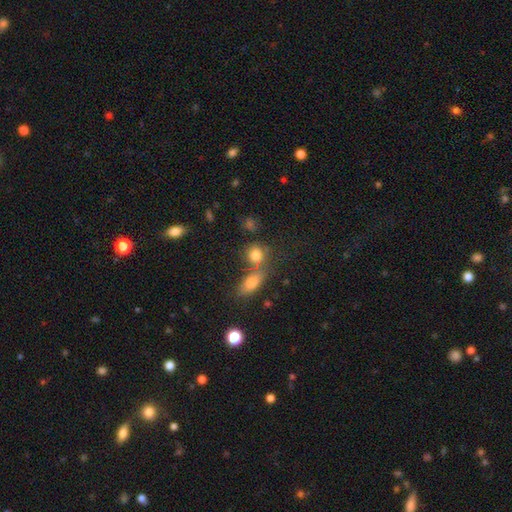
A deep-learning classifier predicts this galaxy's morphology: Smooth or featured: smooth — 79% (star or artifact — 12%)
How rounded: round — 59% (in between — 38%)
Merging: none — 49% (merger — 35%)